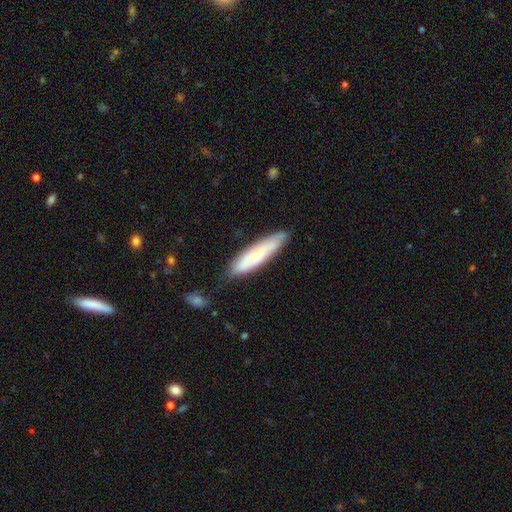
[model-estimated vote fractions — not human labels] A smooth galaxy with no disk features (63%) that is cigar-shaped (80%). Merging: none (79%).